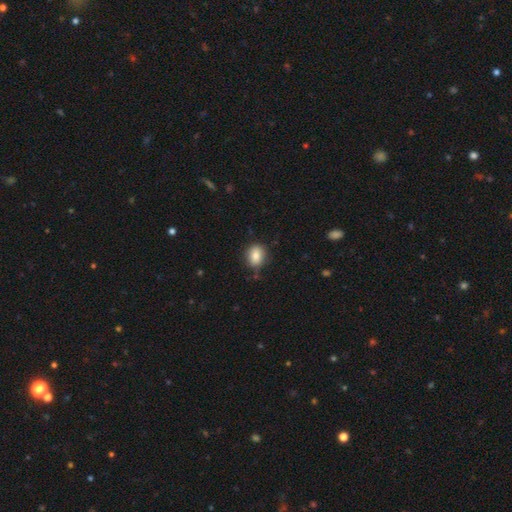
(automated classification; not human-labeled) This is clearly a smooth galaxy (84%). How rounded: possibly in between (54%). Merging: likely none (79%).